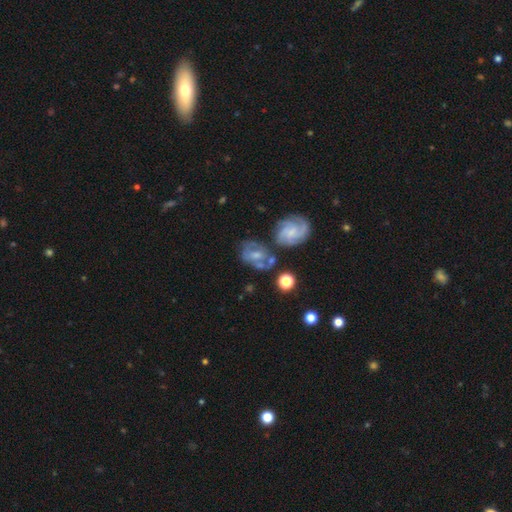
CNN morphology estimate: type=featured or disk (64%); edge-on=no (96%); bar=no (56%); spiral arms=yes (75%); bulge=small (40%); merging=none (42%).